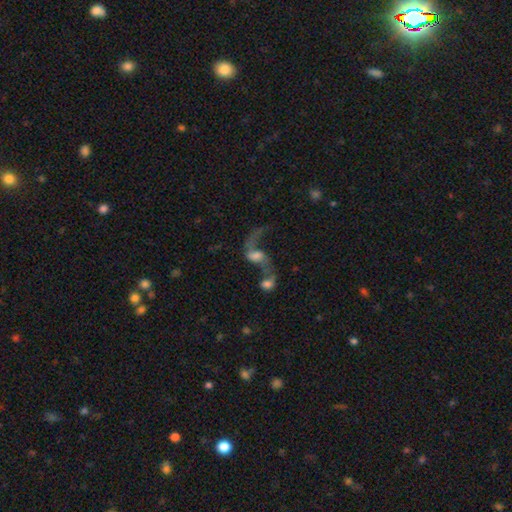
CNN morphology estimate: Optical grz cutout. It shows a featured or disk galaxy (66%) with no bar (49%), 2 (77%) loose (91%) spiral arms (80%) and a moderate central bulge (33%). Merging: merger (59%).